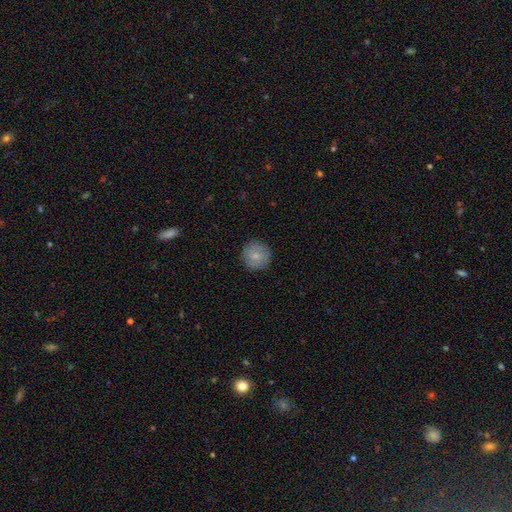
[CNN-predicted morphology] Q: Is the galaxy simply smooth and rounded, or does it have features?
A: smooth — 81%.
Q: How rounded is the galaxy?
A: round — 95%.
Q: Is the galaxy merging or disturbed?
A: none — 88%.